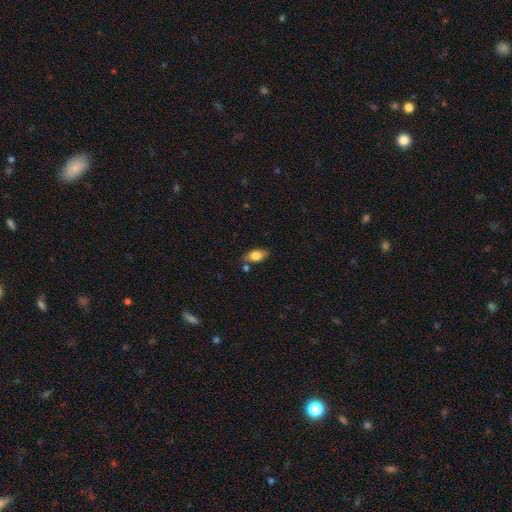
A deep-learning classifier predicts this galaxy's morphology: smooth-or-featured: smooth: 77% | featured or disk: 16% | star or artifact: 7%
  how-rounded: in between: 87% | cigar-shaped: 8% | round: 5%
  merging: none: 74% | minor disturbance: 16% | merger: 7% | major disturbance: 3%